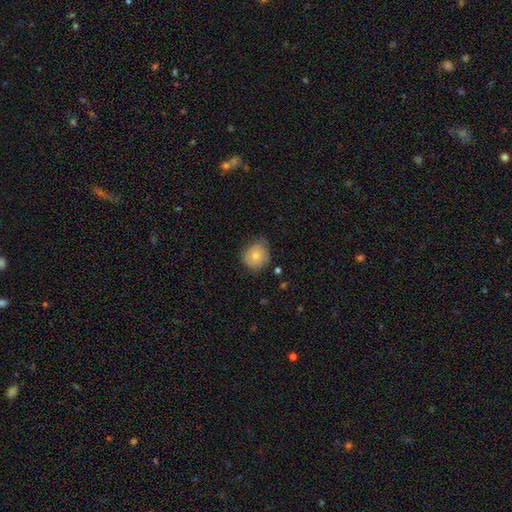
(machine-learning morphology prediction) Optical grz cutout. It shows a smooth galaxy with no disk features (76%) that is round (78%). Merging: none (60%).